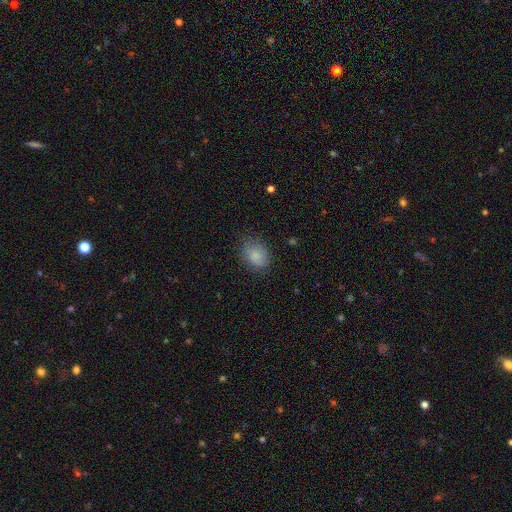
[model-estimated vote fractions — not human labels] Smooth or featured? smooth (84%)
How rounded? in between (57%)
Merging? none (75%)